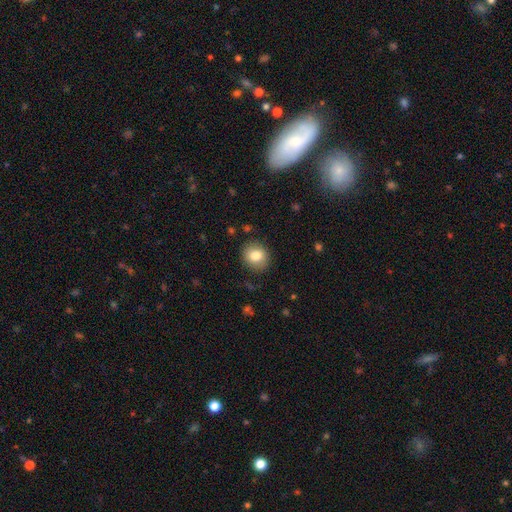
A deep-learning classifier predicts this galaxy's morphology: This appears to be a smooth galaxy with no disk features (82%) that is round (76%). Merging: none (86%).